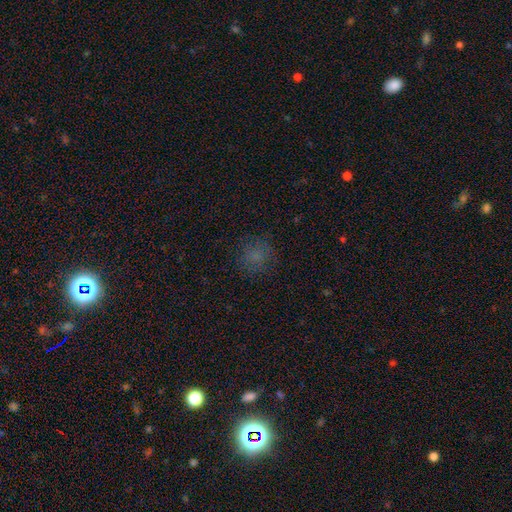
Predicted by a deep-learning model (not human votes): Smooth or featured: smooth — 72% (star or artifact — 19%)
How rounded: round — 86% (in between — 13%)
Merging: none — 80% (minor disturbance — 13%)